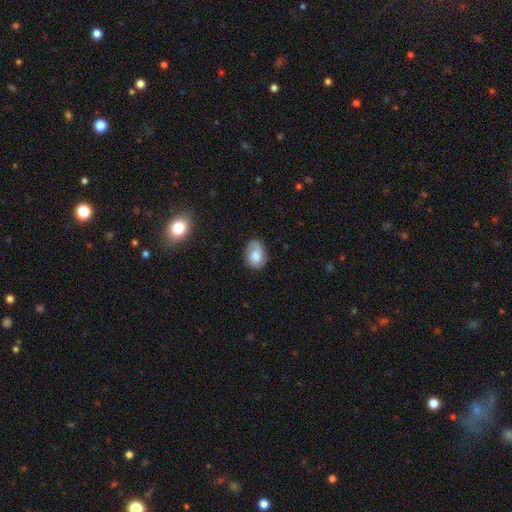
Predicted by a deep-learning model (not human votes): Morphology: type=smooth (61%); roundness=in between (70%); merging=none (68%).